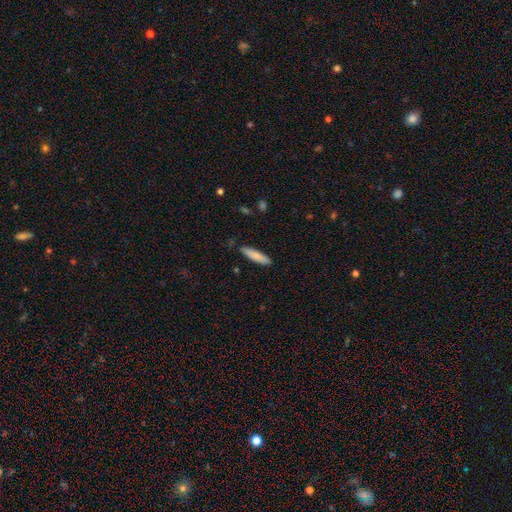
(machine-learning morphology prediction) smooth-or-featured: smooth: 83% | featured or disk: 11% | star or artifact: 6%
  how-rounded: cigar-shaped: 80% | in between: 19% | round: 1%
  merging: none: 87% | minor disturbance: 9% | major disturbance: 2% | merger: 1%